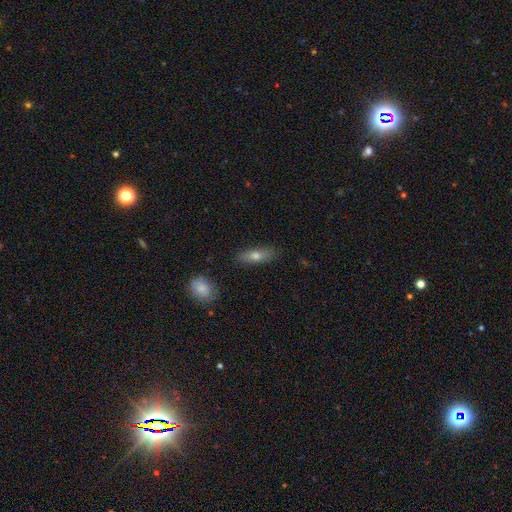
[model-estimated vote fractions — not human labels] Overall: smooth (70%). How rounded: in between (54%; cigar-shaped 42%). Merging: none (85%).